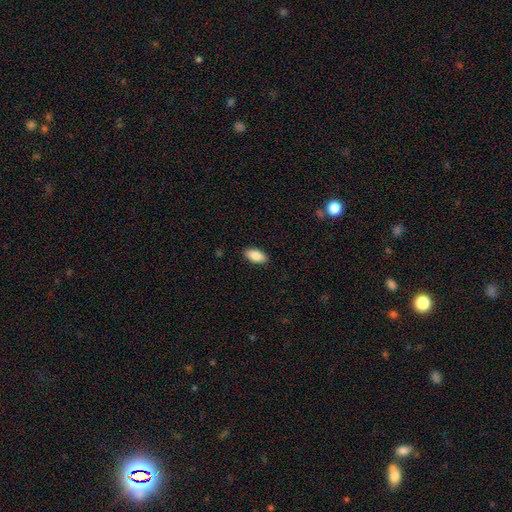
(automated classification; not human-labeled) smooth-or-featured: smooth: 88% | star or artifact: 6% | featured or disk: 5%
  how-rounded: in between: 92% | cigar-shaped: 6% | round: 2%
  merging: none: 89% | minor disturbance: 8% | major disturbance: 2% | merger: 1%